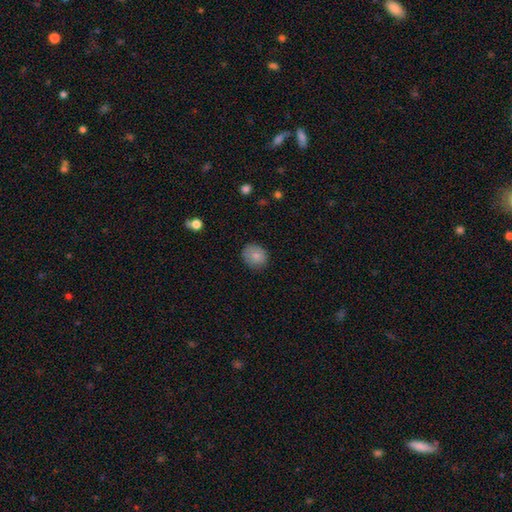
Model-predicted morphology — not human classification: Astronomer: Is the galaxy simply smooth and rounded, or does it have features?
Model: smooth — 83%.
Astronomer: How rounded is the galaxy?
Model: round — 68%.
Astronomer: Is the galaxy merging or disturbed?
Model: none — 82%.